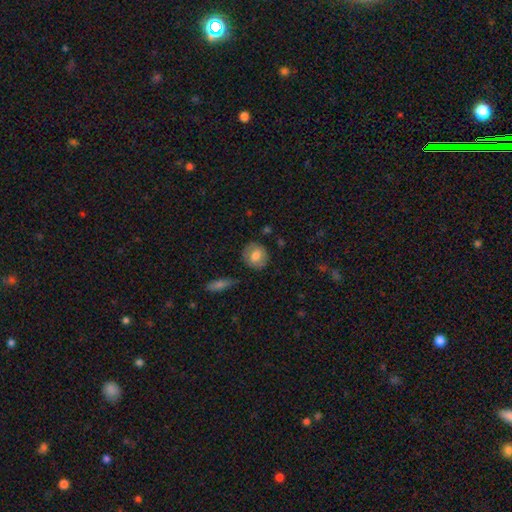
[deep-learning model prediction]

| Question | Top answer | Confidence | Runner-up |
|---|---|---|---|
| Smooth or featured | smooth | 72% | featured or disk (21%) |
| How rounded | round | 81% | in between (18%) |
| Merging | none | 82% | minor disturbance (12%) |